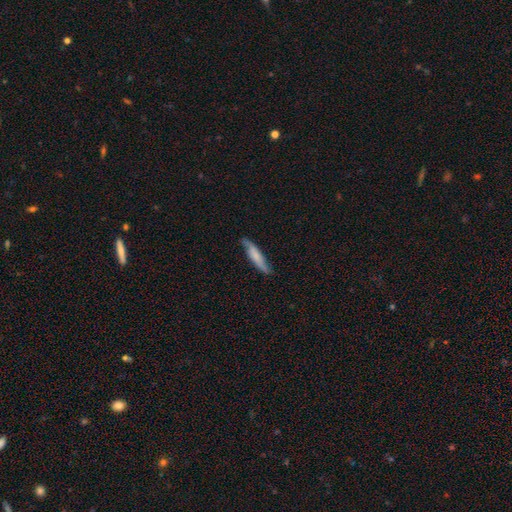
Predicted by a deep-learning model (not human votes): This is possibly a smooth galaxy (57%). How rounded: clearly cigar-shaped (81%). Merging: likely none (75%).